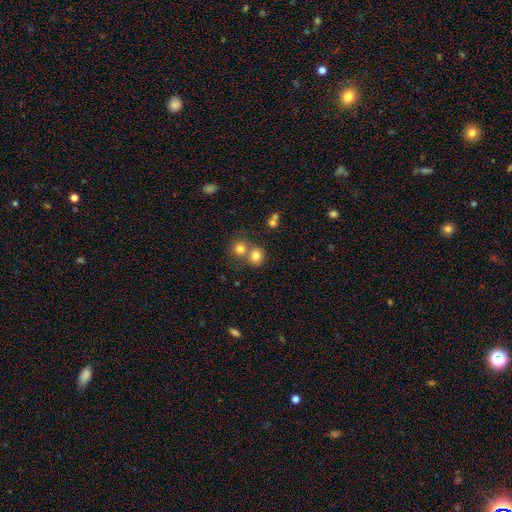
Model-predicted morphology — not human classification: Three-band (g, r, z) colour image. It shows a smooth galaxy with no disk features (78%) that is round (81%). Merging: none (49%).